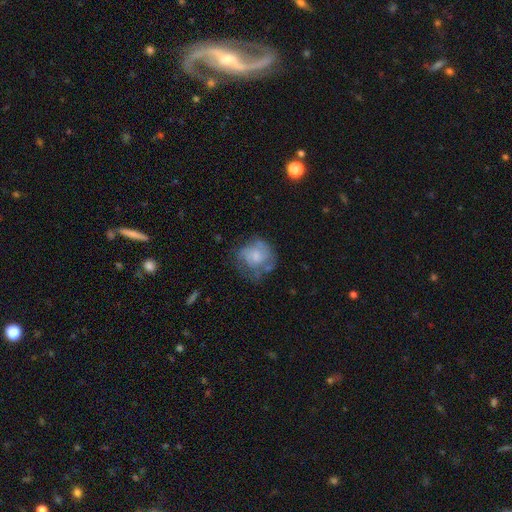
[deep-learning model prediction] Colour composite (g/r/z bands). It shows a featured or disk galaxy (47%). Merging: none (45%).